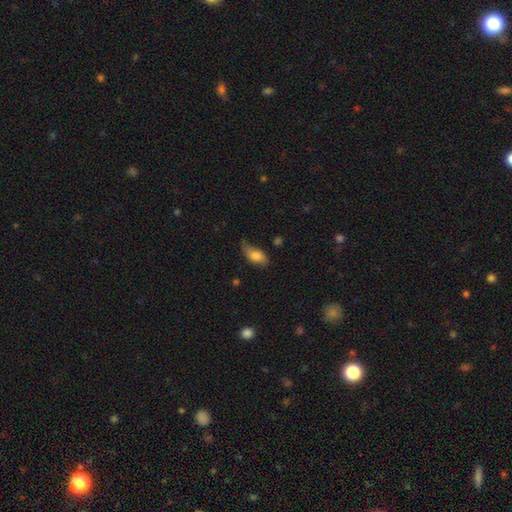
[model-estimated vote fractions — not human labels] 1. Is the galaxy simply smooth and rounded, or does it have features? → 74% smooth, 19% featured or disk, 7% star or artifact.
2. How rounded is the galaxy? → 89% in between, 6% cigar-shaped, 5% round.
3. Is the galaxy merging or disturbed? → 48% none, 37% minor disturbance, 12% major disturbance, 2% merger.